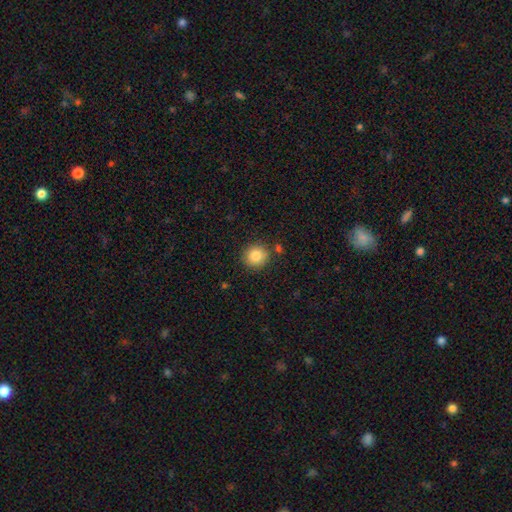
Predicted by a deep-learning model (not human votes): This is clearly a smooth galaxy (84%). How rounded: clearly round (92%). Merging: clearly none (85%).